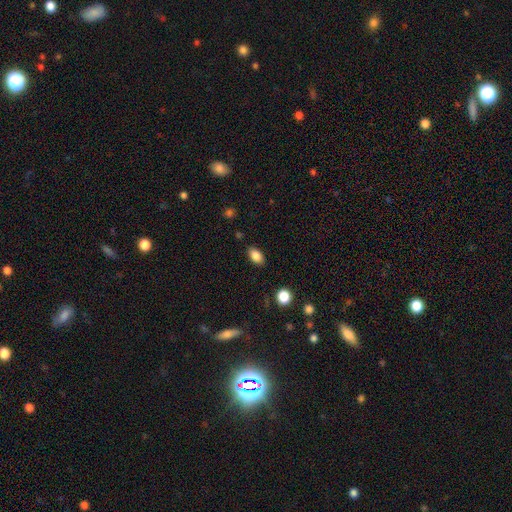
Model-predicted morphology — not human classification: smooth-or-featured: smooth: 85% | star or artifact: 9% | featured or disk: 5%
  how-rounded: in between: 89% | round: 8% | cigar-shaped: 3%
  merging: none: 86% | minor disturbance: 10% | major disturbance: 3% | merger: 1%